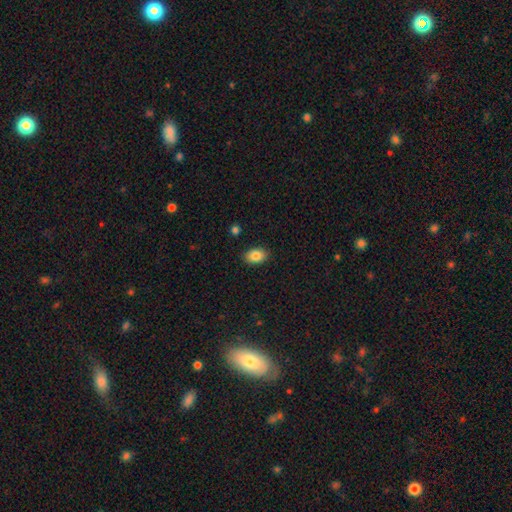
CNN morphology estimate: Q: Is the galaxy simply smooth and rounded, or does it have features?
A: smooth — 85%.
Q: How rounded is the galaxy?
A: in between — 86%.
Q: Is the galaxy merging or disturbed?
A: none — 89%.